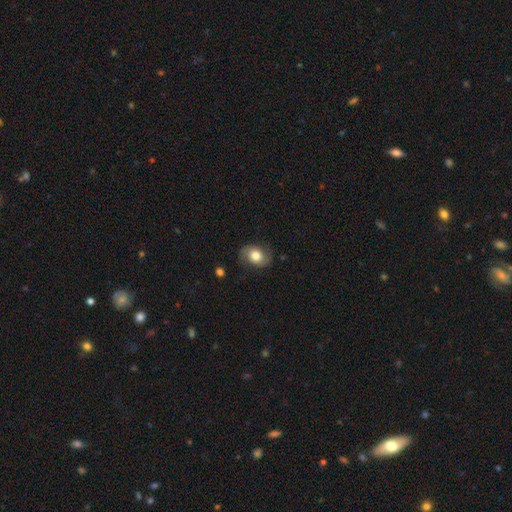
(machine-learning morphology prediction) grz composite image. It shows a smooth galaxy with no disk features (64%) that is in between round and cigar-shaped (67%). Merging: none (76%).